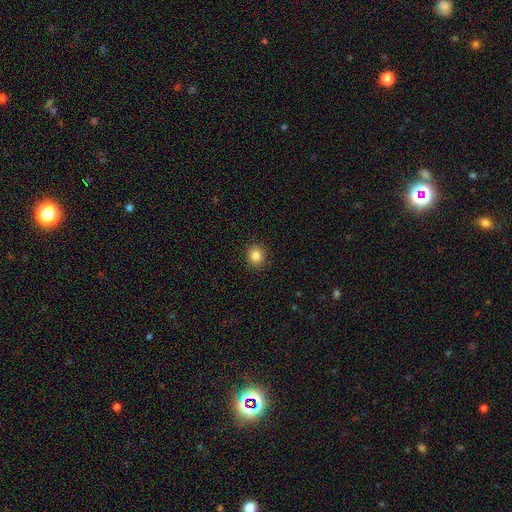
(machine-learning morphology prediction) A smooth galaxy with no disk features (84%) that is round (86%). Merging: none (91%).